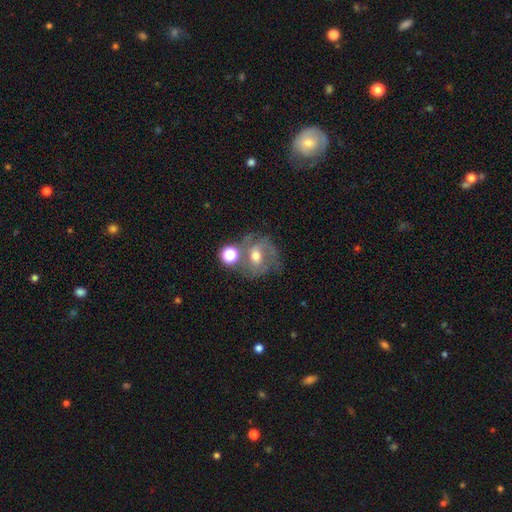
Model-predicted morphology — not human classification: smooth-or-featured: featured or disk: 63% | smooth: 24% | star or artifact: 13%
  disk-edge-on: no: 96% | yes: 4%
    bar: weak: 45% | no: 39% | strong: 16%
    has-spiral-arms: yes: 84% | no: 16%
      spiral-winding: medium: 47% | tight: 36% | loose: 17%
      spiral-arm-count: 2: 51% | can't tell: 21% | 3: 16% | 1: 6% | 4: 3% | more than 4: 2%
    bulge-size: moderate: 66% | small: 25% | large: 6% | none: 2% | dominant: 1%
  merging: none: 53% | merger: 18% | minor disturbance: 17% | major disturbance: 12%